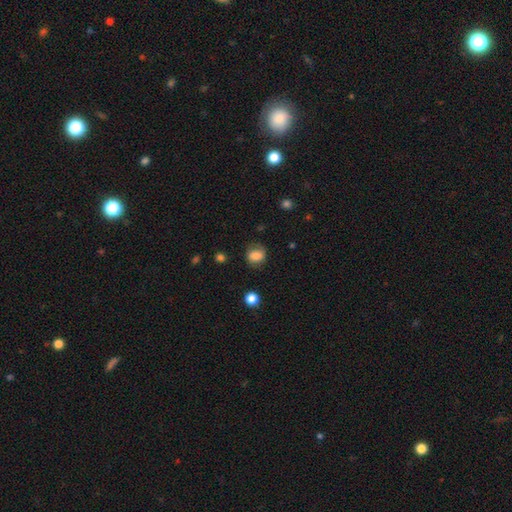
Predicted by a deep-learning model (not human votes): Morphology: type=smooth (74%); roundness=round (61%); merging=none (73%).